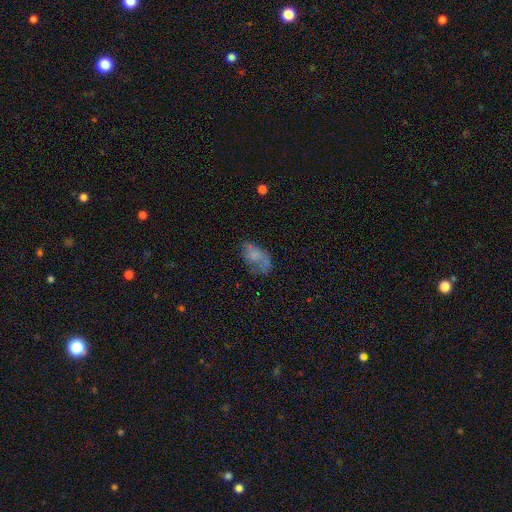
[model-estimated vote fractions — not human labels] This appears to be a smooth galaxy with no disk features (60%) that is in between round and cigar-shaped (90%). Merging: none (39%).